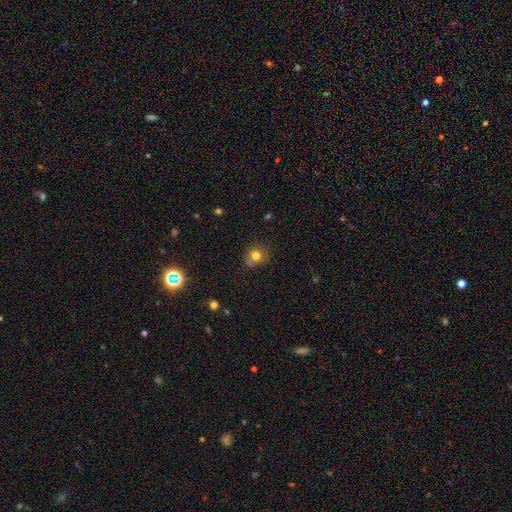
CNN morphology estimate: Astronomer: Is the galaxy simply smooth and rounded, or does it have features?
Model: smooth — 77%.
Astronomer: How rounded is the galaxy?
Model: round — 82%.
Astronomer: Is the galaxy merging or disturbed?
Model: none — 68%.